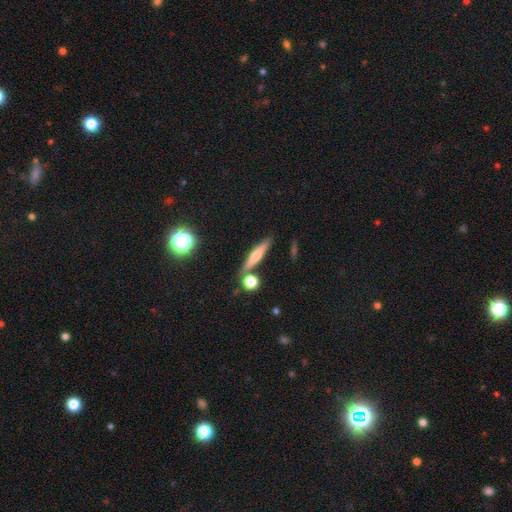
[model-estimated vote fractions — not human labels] Smooth or featured: featured or disk — 46% (smooth — 44%)
Merging: none — 79% (minor disturbance — 10%)